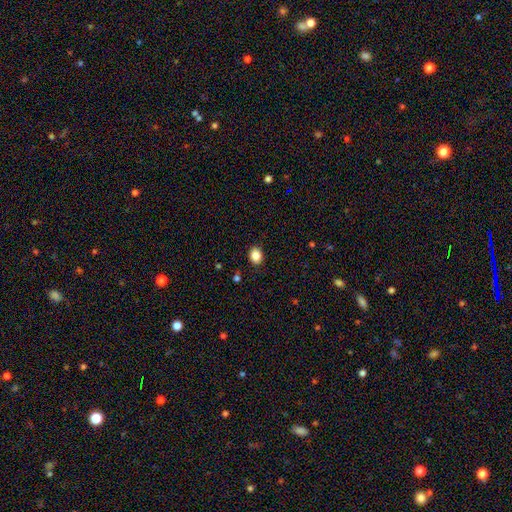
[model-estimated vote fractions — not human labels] The model was most divided on "how rounded": round: 50%, in between: 49%, cigar-shaped: 1%. More confident: merging — none (89%); smooth or featured — smooth (86%).